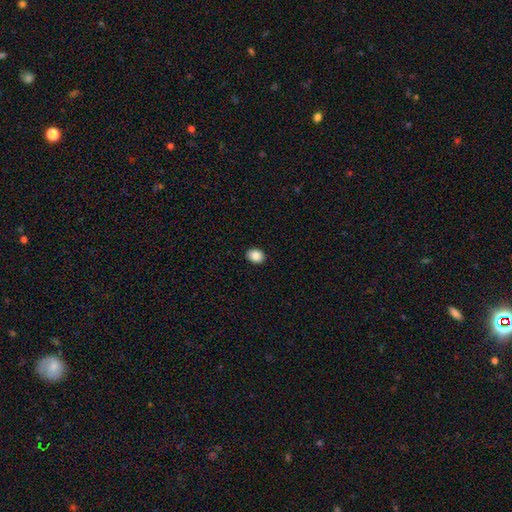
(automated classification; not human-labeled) Morphology: type=smooth (87%); roundness=in between (56%); merging=none (91%).